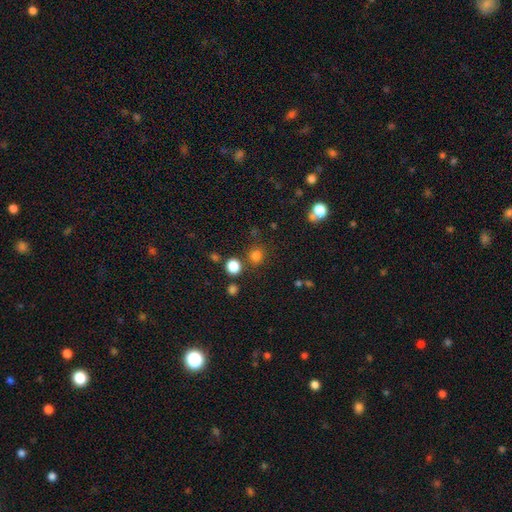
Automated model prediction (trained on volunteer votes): Overall: smooth (79%). How rounded: round (87%). Merging: none (80%).